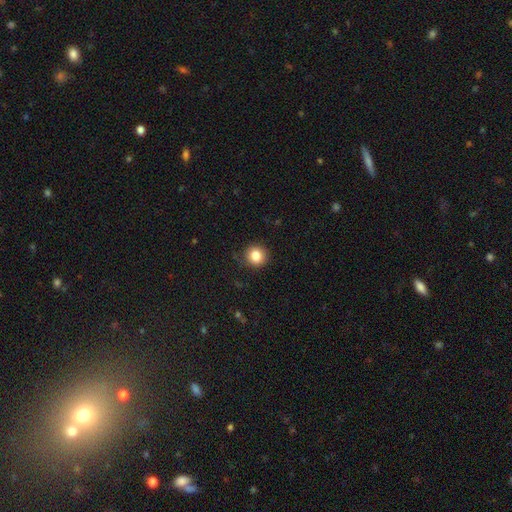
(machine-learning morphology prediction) smooth-or-featured: smooth: 84% | star or artifact: 11% | featured or disk: 6%
  how-rounded: round: 92% | in between: 7% | cigar-shaped: 1%
  merging: none: 89% | minor disturbance: 8% | major disturbance: 2% | merger: 1%